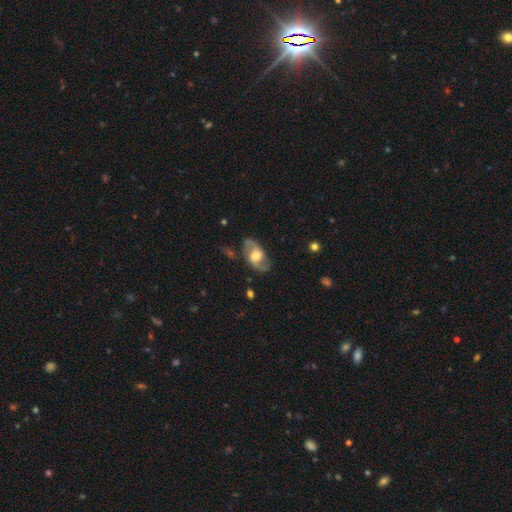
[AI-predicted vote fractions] A featured or disk galaxy (77%) with a weak bar (44%), 2 (90%) medium (45%) spiral arms (87%) and a moderate central bulge (56%). Merging: none (78%).